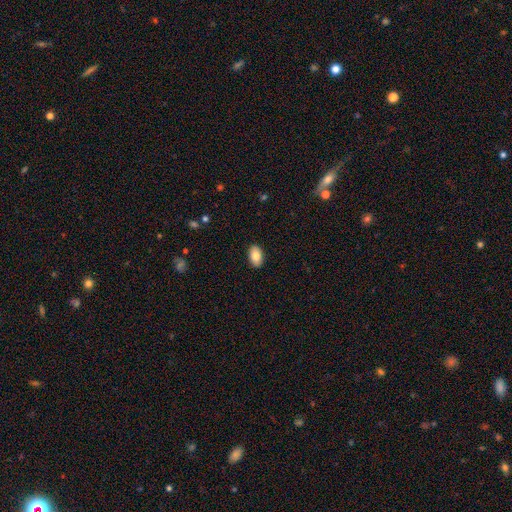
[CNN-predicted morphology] Smooth or featured? smooth (82%)
How rounded? in between (92%)
Merging? none (90%)